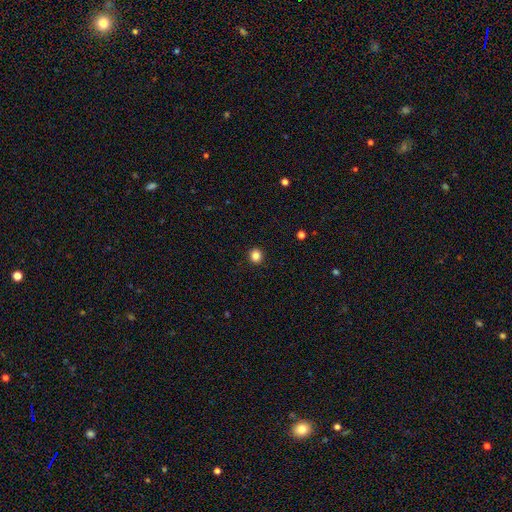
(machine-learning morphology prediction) The model was most divided on "smooth or featured": smooth: 84%, star or artifact: 11%, featured or disk: 4%. More confident: merging — none (92%); how rounded — round (86%).